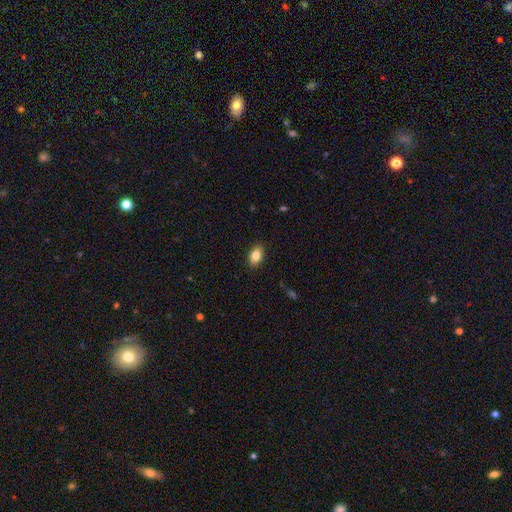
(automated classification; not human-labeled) Smooth or featured? smooth (84%)
How rounded? in between (90%)
Merging? none (89%)